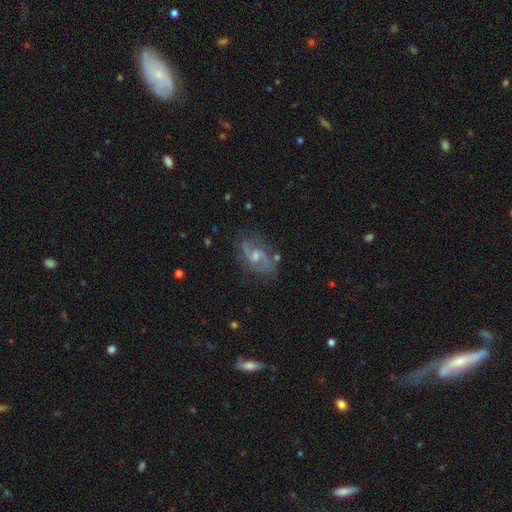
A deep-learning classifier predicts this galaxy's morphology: Smooth or featured? featured or disk (78%)
Edge-on disk? no (96%)
Bar? weak (48%)
Spiral arms? yes (91%)
Spiral winding? medium (45%)
Spiral arm count? 2 (83%)
Bulge size? moderate (53%)
Merging? none (74%)